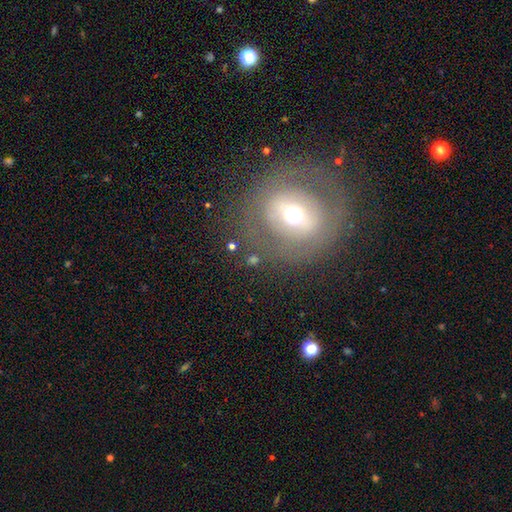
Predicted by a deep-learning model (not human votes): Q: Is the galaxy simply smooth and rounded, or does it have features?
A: featured or disk — 52%.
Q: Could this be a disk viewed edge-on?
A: no — 91%.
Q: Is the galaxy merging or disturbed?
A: none — 77%.